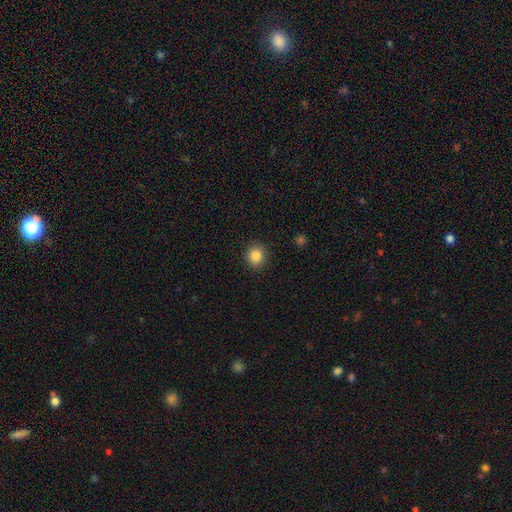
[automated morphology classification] This appears to be a smooth galaxy with no disk features (86%) that is round (85%). Merging: none (90%).